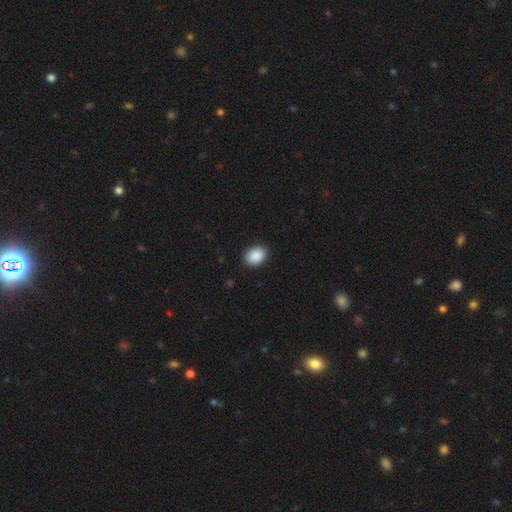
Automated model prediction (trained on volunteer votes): Overall: smooth (90%). How rounded: in between (71%). Merging: none (89%).